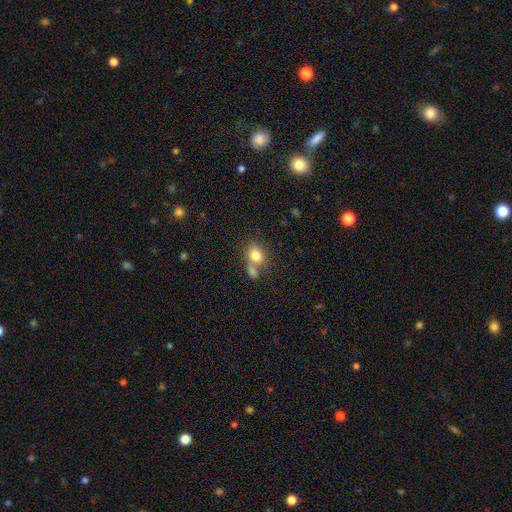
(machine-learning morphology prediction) Smooth or featured?
  - smooth: 81% *
  - featured or disk: 10%
  - star or artifact: 9%
How rounded?
  - in between: 51% *
  - round: 48%
  - cigar-shaped: 1%
Merging?
  - none: 46% *
  - merger: 37%
  - minor disturbance: 12%
  - major disturbance: 5%